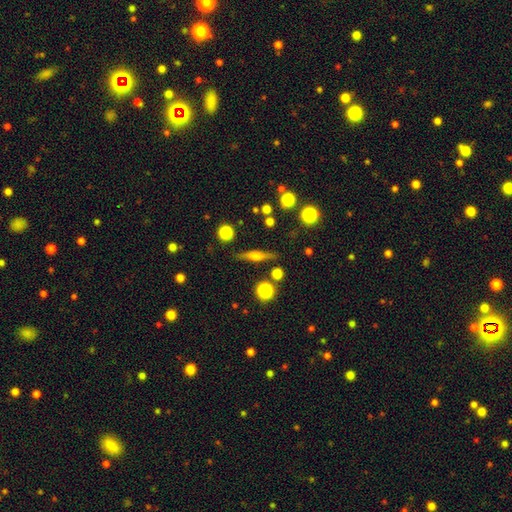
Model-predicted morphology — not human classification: type=featured or disk (56%); edge-on=yes (94%); edge-on bulge=rounded (78%); merging=none (84%).